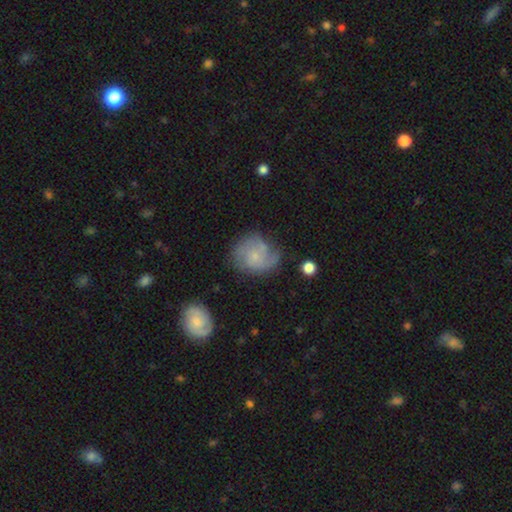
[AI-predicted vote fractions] Smooth or featured: featured or disk — 54% (smooth — 38%)
Edge-on disk: no — 98% (yes — 2%)
Bar: no — 78% (weak — 20%)
Spiral arms: yes — 80% (no — 20%)
Bulge size: small — 68% (moderate — 17%)
Merging: none — 50% (minor disturbance — 27%)